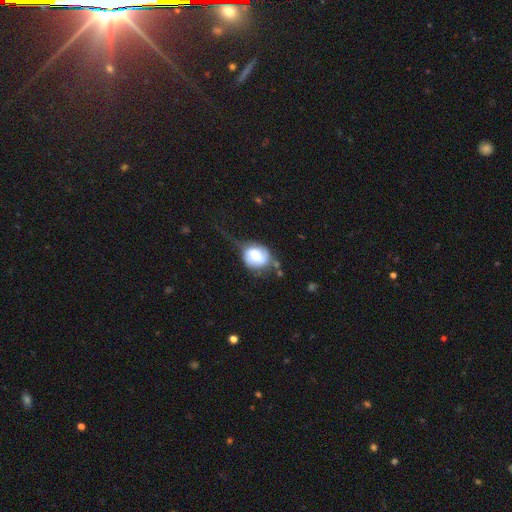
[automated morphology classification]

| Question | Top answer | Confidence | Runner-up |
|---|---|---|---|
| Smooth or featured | smooth | 59% | featured or disk (32%) |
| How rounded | round | 53% | in between (46%) |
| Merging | major disturbance | 39% | minor disturbance (28%) |